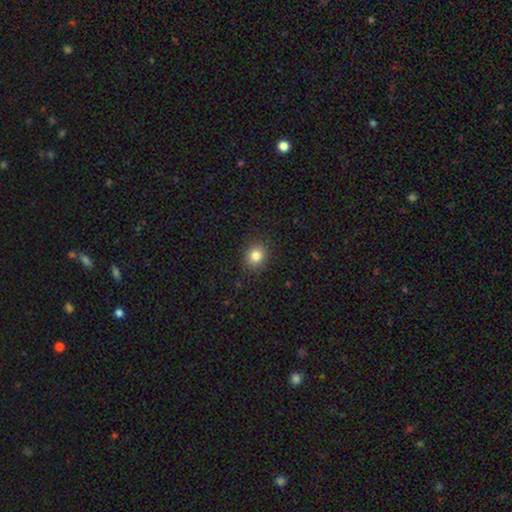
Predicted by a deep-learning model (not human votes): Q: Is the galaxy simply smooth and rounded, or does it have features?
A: smooth — 83%.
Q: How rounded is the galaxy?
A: round — 70%.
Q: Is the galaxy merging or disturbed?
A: none — 88%.